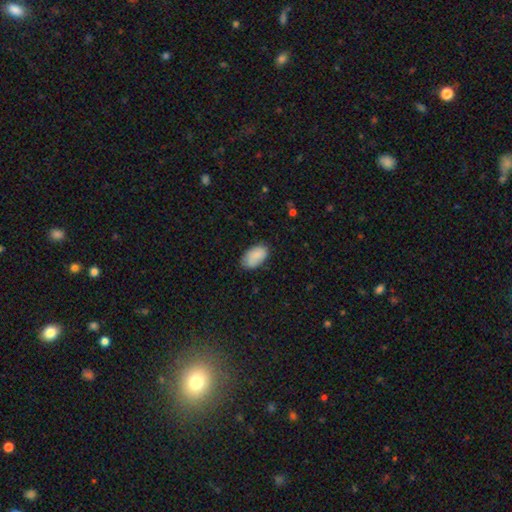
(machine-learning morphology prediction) smooth 85%, featured or disk 8%, star or artifact 7%. Down the decision tree: how rounded — in between (94%); merging — none (73%).